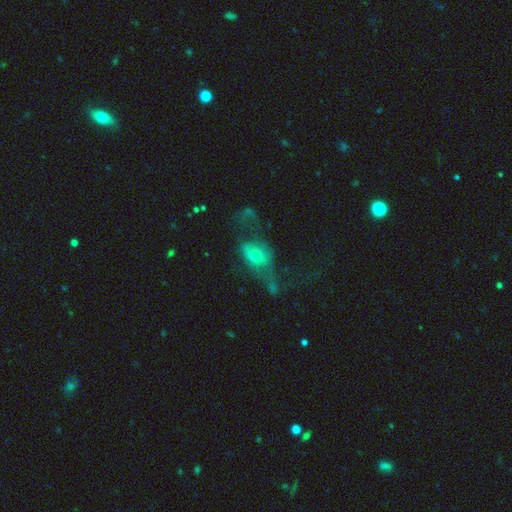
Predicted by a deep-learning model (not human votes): A smooth galaxy with no disk features (46%).

Vote fractions:
- Smooth or featured? smooth: 46% / featured or disk: 41% / star or artifact: 13%
- Merging? major disturbance: 55% / none: 17% / minor disturbance: 15% / merger: 14%